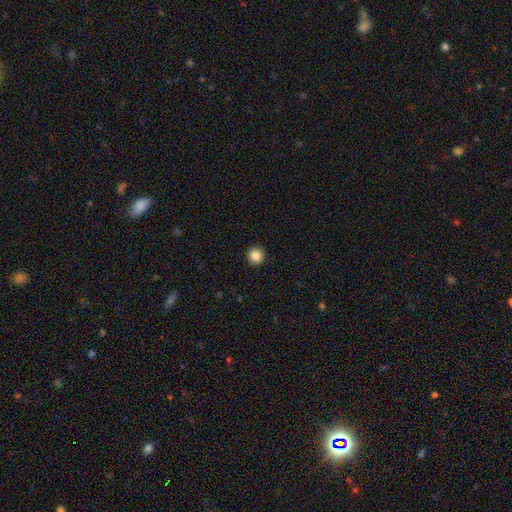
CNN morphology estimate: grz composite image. It shows a smooth galaxy with no disk features (85%) that is round (96%). Merging: none (94%).